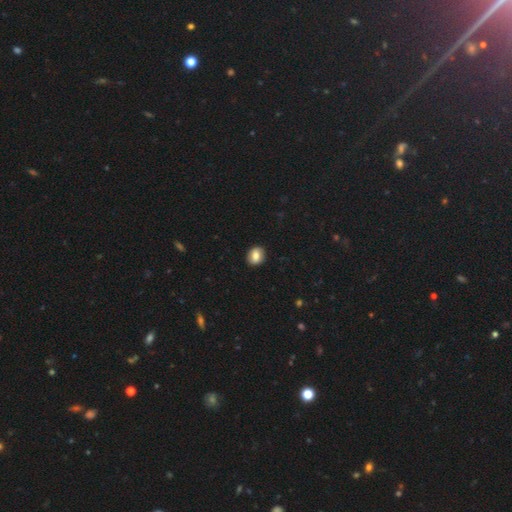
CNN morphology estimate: Overall: smooth (79%). How rounded: round (52%; in between 47%). Merging: none (89%).